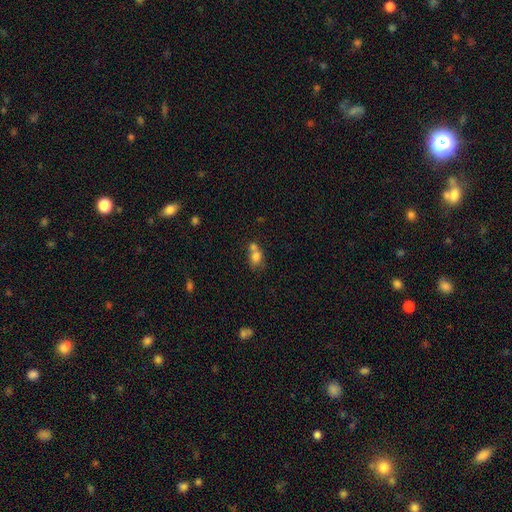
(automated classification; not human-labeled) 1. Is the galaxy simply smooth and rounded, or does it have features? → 76% smooth, 13% featured or disk, 11% star or artifact.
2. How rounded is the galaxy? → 52% in between, 47% round, 2% cigar-shaped.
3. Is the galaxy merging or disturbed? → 53% merger, 33% none, 9% minor disturbance, 5% major disturbance.